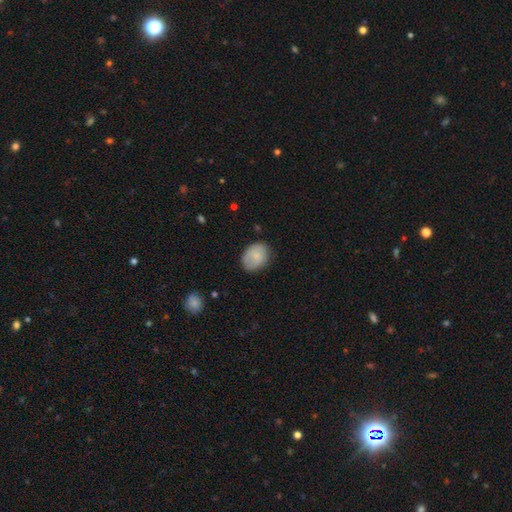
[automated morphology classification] smooth-or-featured: smooth: 79% | featured or disk: 14% | star or artifact: 7%
  how-rounded: in between: 67% | round: 32% | cigar-shaped: 1%
  merging: none: 70% | minor disturbance: 23% | major disturbance: 5% | merger: 1%